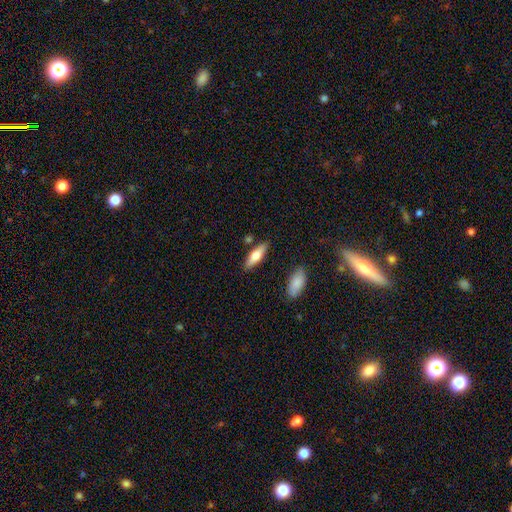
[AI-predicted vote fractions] The model was most divided on "how rounded": cigar-shaped: 51%, in between: 46%, round: 2%. More confident: merging — none (82%); smooth or featured — smooth (63%).